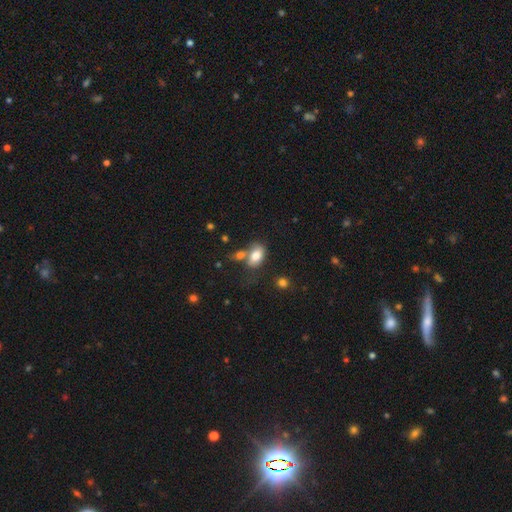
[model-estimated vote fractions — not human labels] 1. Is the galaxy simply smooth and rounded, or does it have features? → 79% smooth, 13% featured or disk, 8% star or artifact.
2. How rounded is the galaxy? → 88% in between, 10% round, 2% cigar-shaped.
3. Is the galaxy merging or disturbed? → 43% none, 32% merger, 16% minor disturbance, 8% major disturbance.